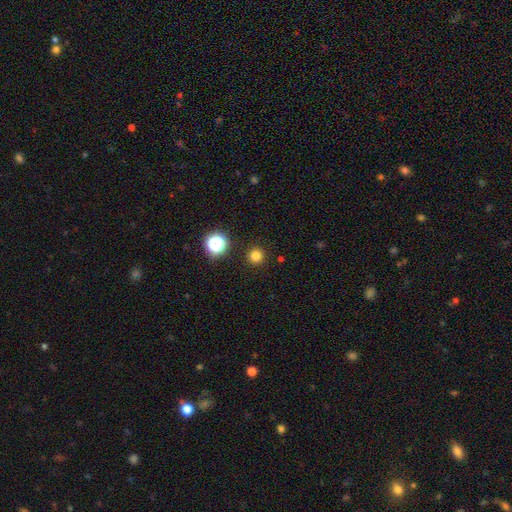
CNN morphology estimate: smooth 80%, star or artifact 16%, featured or disk 4%. Down the decision tree: how rounded — round (96%); merging — none (92%).